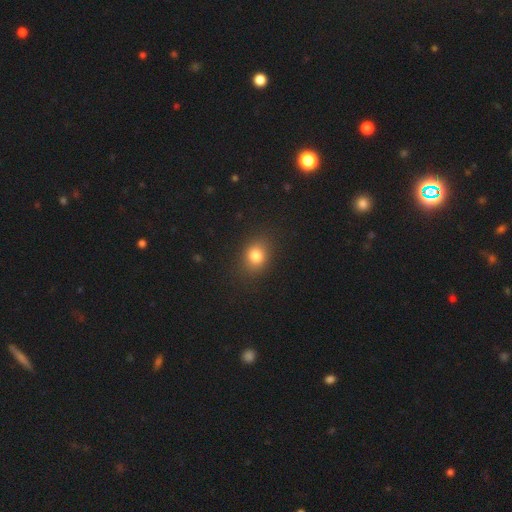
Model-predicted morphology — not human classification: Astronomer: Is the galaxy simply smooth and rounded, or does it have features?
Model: smooth — 81%.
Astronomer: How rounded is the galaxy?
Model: round — 54% (runner-up: in between, 44%).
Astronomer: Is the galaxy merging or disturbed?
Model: none — 85%.